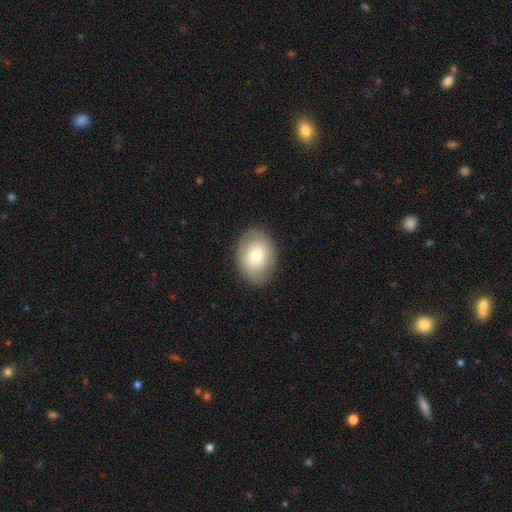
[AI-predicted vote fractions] The model was most divided on "how rounded": in between: 75%, round: 25%, cigar-shaped: 1%. More confident: merging — none (84%); smooth or featured — smooth (73%).